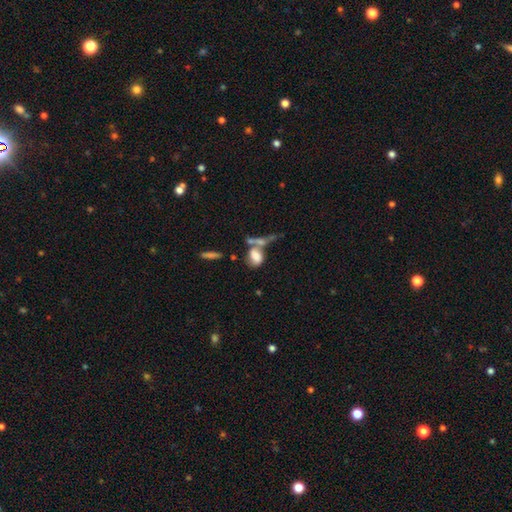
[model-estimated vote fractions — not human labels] Q: Smooth or featured?
A: smooth (69%); runner-up: featured or disk (21%)
Q: How rounded?
A: in between (75%); runner-up: round (20%)
Q: Merging?
A: merger (47%); runner-up: none (25%)